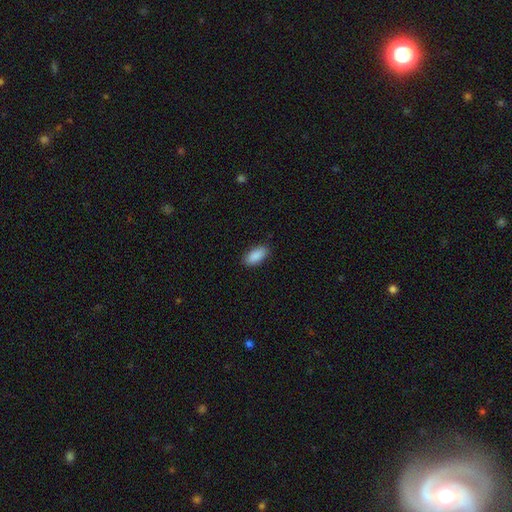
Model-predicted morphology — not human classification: Q: Smooth or featured?
A: smooth (90%); runner-up: star or artifact (6%)
Q: How rounded?
A: in between (92%); runner-up: cigar-shaped (6%)
Q: Merging?
A: none (88%); runner-up: minor disturbance (9%)